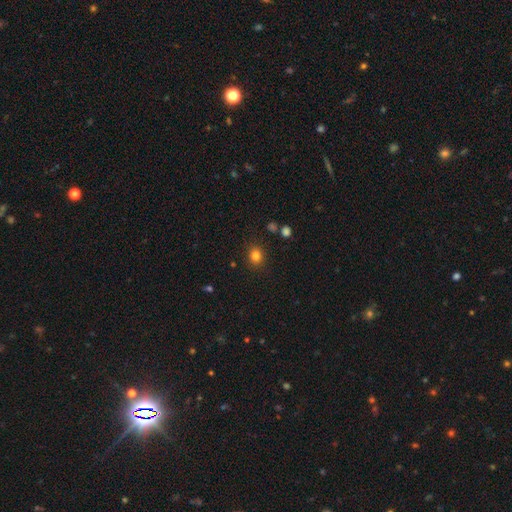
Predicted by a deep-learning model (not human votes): This is clearly a smooth galaxy (82%). How rounded: likely round (74%). Merging: clearly none (88%).